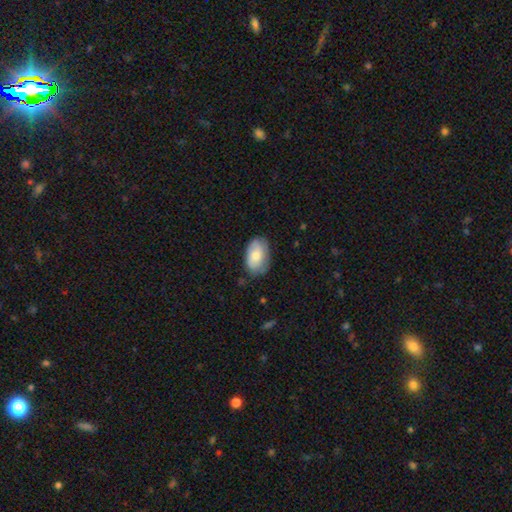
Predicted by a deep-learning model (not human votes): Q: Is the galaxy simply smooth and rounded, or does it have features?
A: smooth — 71%.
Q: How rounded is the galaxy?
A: in between — 92%.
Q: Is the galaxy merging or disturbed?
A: none — 70%.